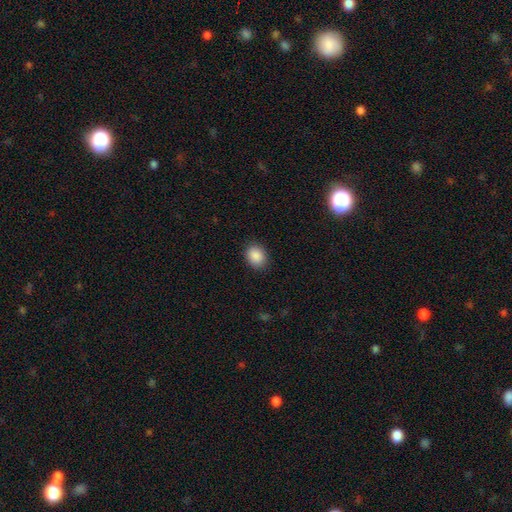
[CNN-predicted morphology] smooth-or-featured: smooth: 89% | star or artifact: 8% | featured or disk: 3%
  how-rounded: in between: 58% | round: 41% | cigar-shaped: 1%
  merging: none: 88% | minor disturbance: 9% | major disturbance: 2% | merger: 1%